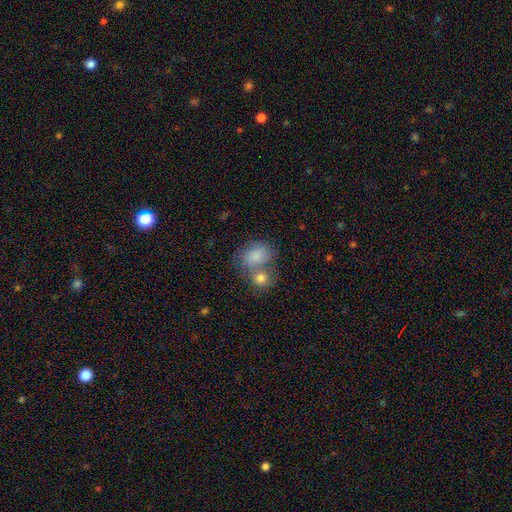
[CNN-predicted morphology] A smooth galaxy with no disk features (81%) that is in between round and cigar-shaped (61%).

Vote fractions:
- Smooth or featured? smooth: 81% / featured or disk: 12% / star or artifact: 8%
- How rounded? in between: 61% / round: 38% / cigar-shaped: 1%
- Merging? merger: 49% / none: 32% / minor disturbance: 13% / major disturbance: 6%